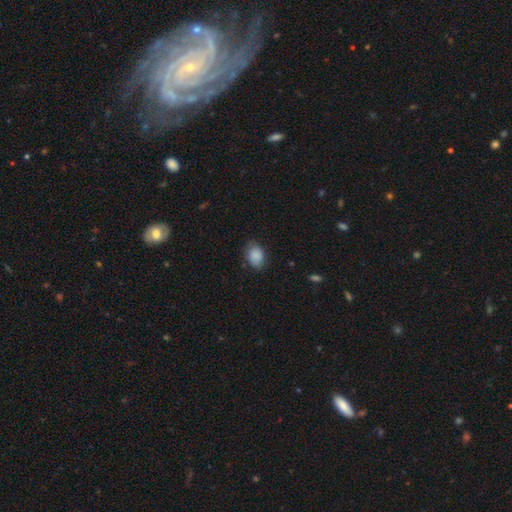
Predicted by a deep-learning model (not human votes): Morphology: type=smooth (88%); roundness=in between (77%); merging=none (74%).